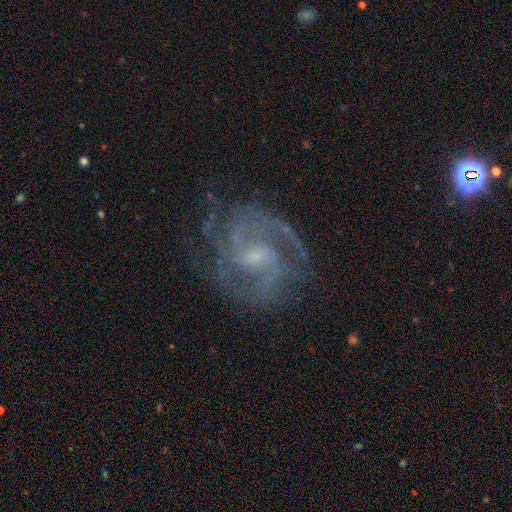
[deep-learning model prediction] The model was most divided on "spiral winding": medium: 49%, tight: 40%, loose: 10%. Remaining: edge-on disk — no (98%); spiral arms — yes (97%); smooth or featured — featured or disk (88%); merging — none (72%); bar — weak (57%); bulge size — small (56%); spiral arm count — 2 (44%).